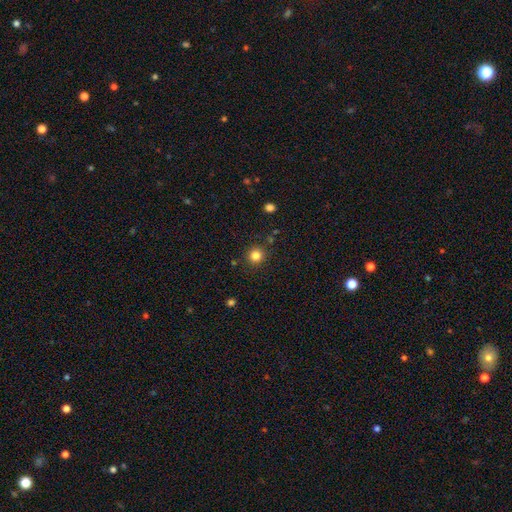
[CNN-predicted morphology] Smooth or featured? smooth (83%)
How rounded? round (94%)
Merging? none (88%)